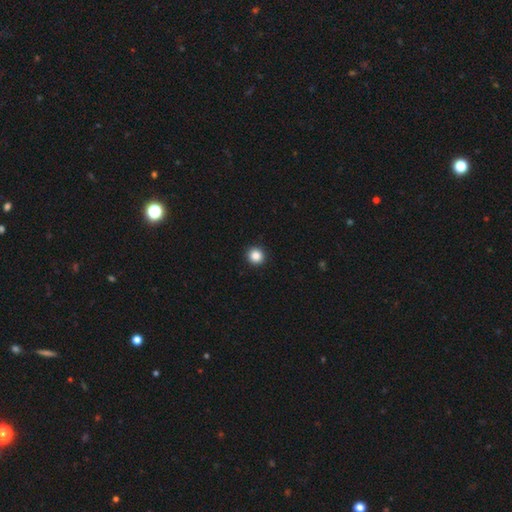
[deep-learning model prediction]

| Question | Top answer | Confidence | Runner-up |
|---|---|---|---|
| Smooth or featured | smooth | 86% | star or artifact (10%) |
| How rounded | round | 95% | in between (4%) |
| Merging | none | 94% | minor disturbance (4%) |